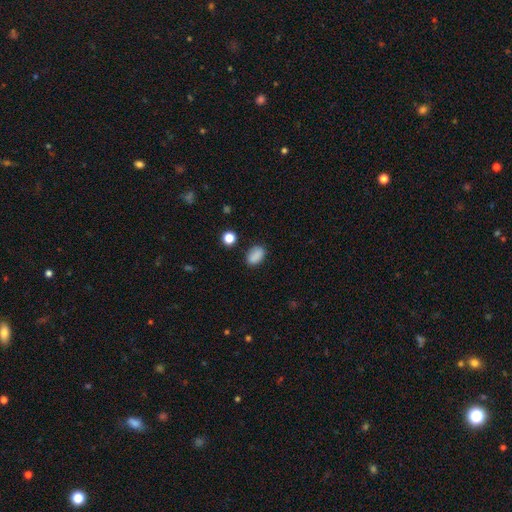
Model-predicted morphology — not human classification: Q: Smooth or featured?
A: smooth (86%); runner-up: star or artifact (10%)
Q: How rounded?
A: in between (85%); runner-up: round (13%)
Q: Merging?
A: none (81%); runner-up: minor disturbance (13%)